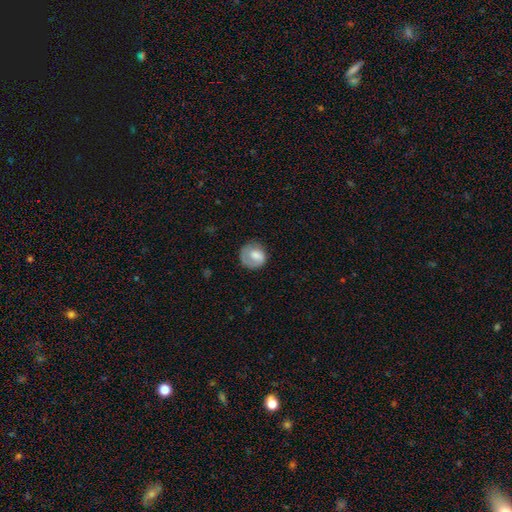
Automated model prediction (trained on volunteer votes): smooth_or_featured: smooth (p=0.68) [alt: featured or disk p=0.25]
how_rounded: round (p=0.80) [alt: in between p=0.20]
merging: none (p=0.63) [alt: minor disturbance p=0.21]